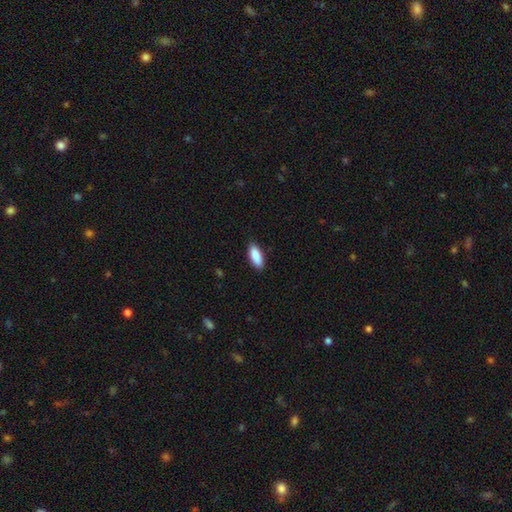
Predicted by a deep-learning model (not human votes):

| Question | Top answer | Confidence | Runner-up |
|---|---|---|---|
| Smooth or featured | smooth | 89% | star or artifact (6%) |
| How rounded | in between | 75% | cigar-shaped (23%) |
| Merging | none | 88% | minor disturbance (9%) |